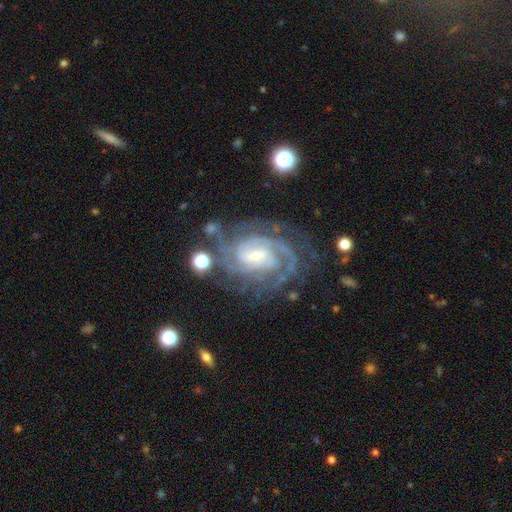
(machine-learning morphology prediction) Overall: featured or disk (91%). Edge-on disk: no (98%). Bar: weak (53%; no 24%). Spiral arms: yes (98%). Spiral arm count: 3 (26%; 2 22%). Spiral winding: tight (66%; medium 30%). Bulge size: small (65%; moderate 29%). Merging: none (70%).